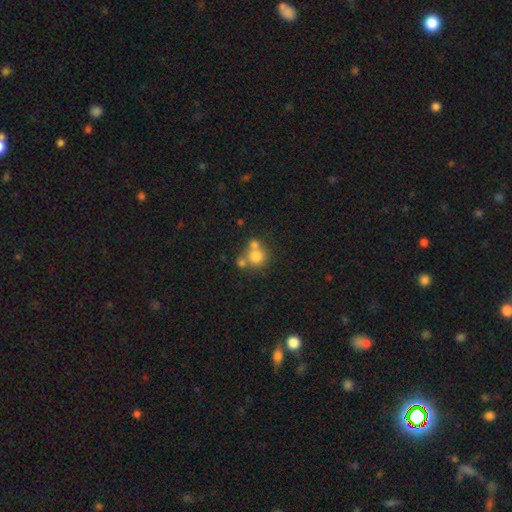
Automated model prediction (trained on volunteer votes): Morphology: type=smooth (73%); roundness=round (87%); merging=none (45%).